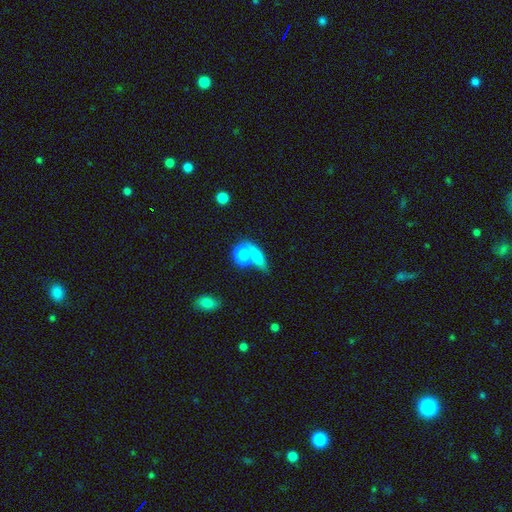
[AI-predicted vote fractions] A smooth galaxy with no disk features (71%) that is in between round and cigar-shaped (42%). Merging: none (42%).